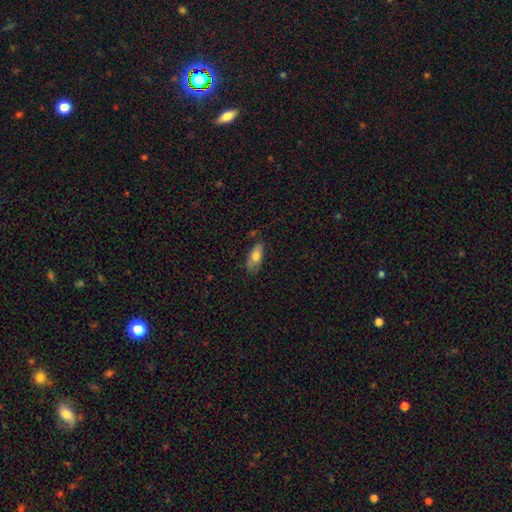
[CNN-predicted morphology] This is likely a smooth galaxy (73%). How rounded: clearly in between (84%). Merging: likely none (68%).